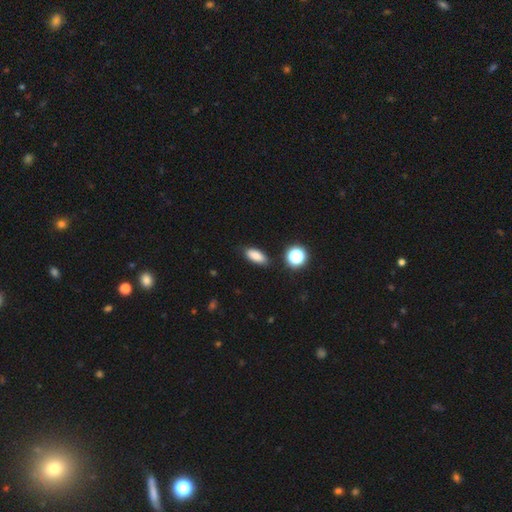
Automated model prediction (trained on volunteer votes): A smooth galaxy with no disk features (84%) that is in between round and cigar-shaped (82%).

Vote fractions:
- Smooth or featured? smooth: 84% / star or artifact: 10% / featured or disk: 5%
- How rounded? in between: 82% / cigar-shaped: 13% / round: 5%
- Merging? none: 85% / minor disturbance: 10% / major disturbance: 3% / merger: 2%